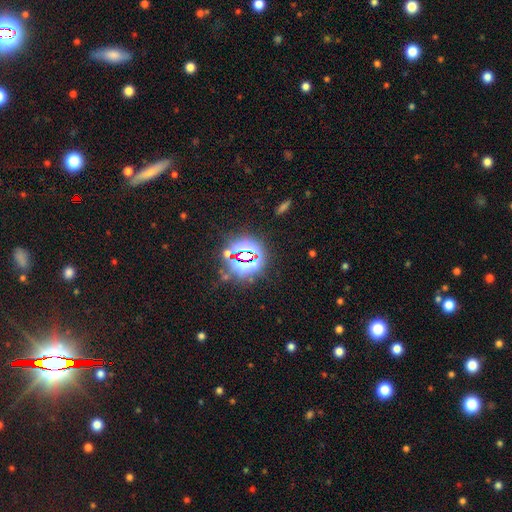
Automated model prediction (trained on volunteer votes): A star or artifact, not a galaxy (79%).